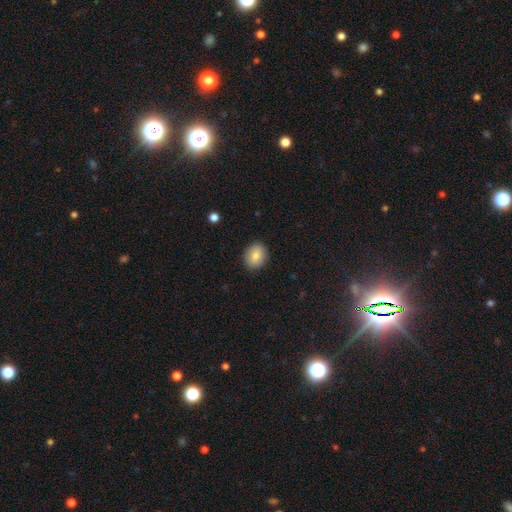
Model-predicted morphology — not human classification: The model was most divided on "how rounded": round: 53%, in between: 46%, cigar-shaped: 1%. More confident: merging — none (88%); smooth or featured — smooth (83%).